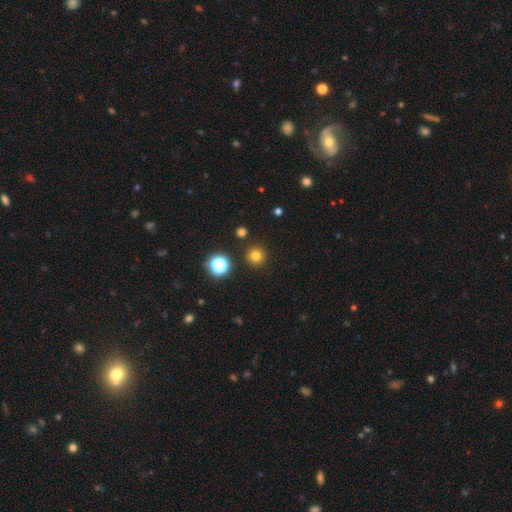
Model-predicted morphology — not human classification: Overall: smooth (77%). How rounded: round (95%). Merging: none (90%).